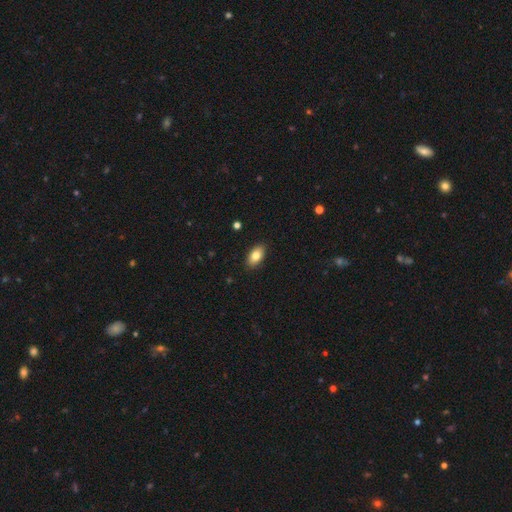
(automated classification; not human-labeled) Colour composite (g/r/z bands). It shows a smooth galaxy with no disk features (82%) that is in between round and cigar-shaped (93%). Merging: none (89%).